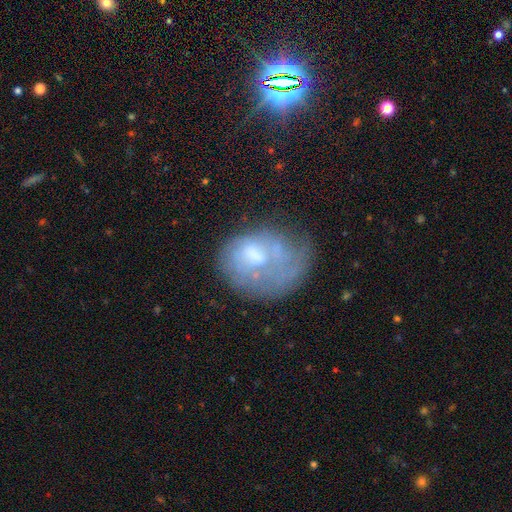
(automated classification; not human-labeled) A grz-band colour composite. It shows a featured or disk galaxy (47%). Merging: major disturbance (35%).